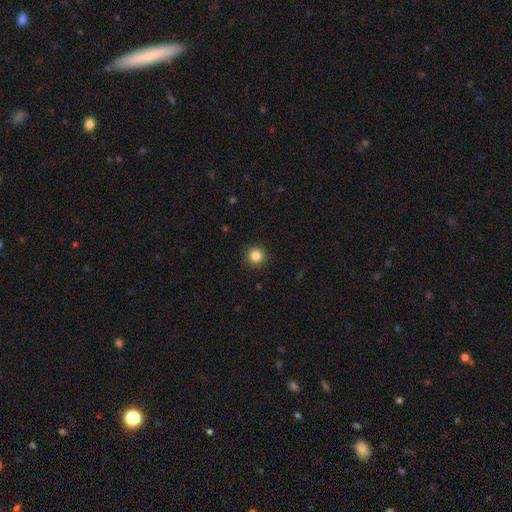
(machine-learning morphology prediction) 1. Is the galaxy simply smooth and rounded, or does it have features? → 84% smooth, 11% star or artifact, 4% featured or disk.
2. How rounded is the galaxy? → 94% round, 5% in between, 1% cigar-shaped.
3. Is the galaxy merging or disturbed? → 92% none, 5% minor disturbance, 2% major disturbance, 1% merger.